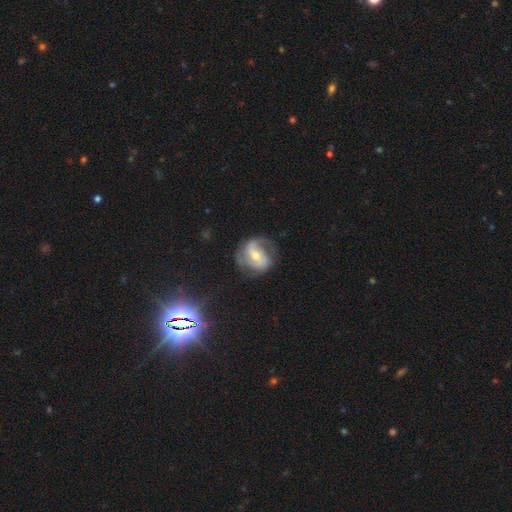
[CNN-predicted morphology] A featured or disk galaxy (76%) with a weak bar (45%), 2 (69%) medium (45%) spiral arms (90%) and a moderate central bulge (57%).

Vote fractions:
- Smooth or featured? featured or disk: 76% / smooth: 17% / star or artifact: 7%
- Edge-on disk? no: 97% / yes: 3%
- Bar? weak: 45% / no: 30% / strong: 26%
- Spiral arms? yes: 90% / no: 10%
- Spiral winding? medium: 45% / loose: 30% / tight: 26%
- Spiral arm count? 2: 69% / can't tell: 12% / 1: 9% / 3: 6% / 4: 2% / more than 4: 2%
- Bulge size? moderate: 57% / small: 37% / large: 3% / none: 2% / dominant: 1%
- Merging? none: 61% / minor disturbance: 22% / major disturbance: 15% / merger: 2%